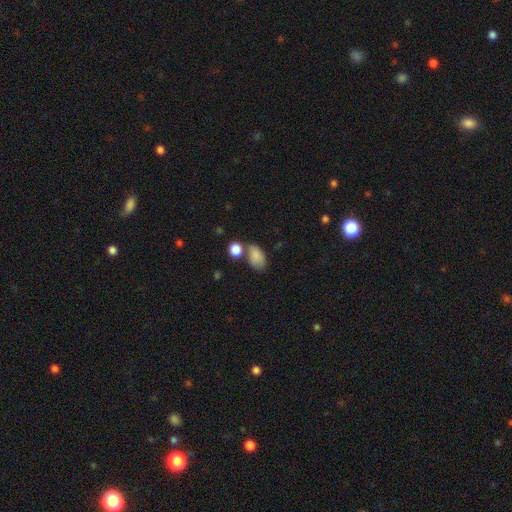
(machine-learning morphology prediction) A smooth galaxy with no disk features (85%) that is in between round and cigar-shaped (87%).

Vote fractions:
- Smooth or featured? smooth: 85% / star or artifact: 8% / featured or disk: 7%
- How rounded? in between: 87% / round: 11% / cigar-shaped: 2%
- Merging? none: 51% / merger: 23% / minor disturbance: 19% / major disturbance: 7%